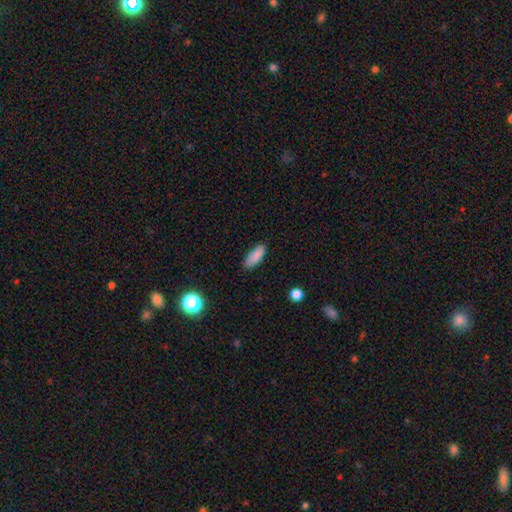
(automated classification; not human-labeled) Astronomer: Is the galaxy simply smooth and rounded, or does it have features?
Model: smooth — 86%.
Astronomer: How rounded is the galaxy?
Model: in between — 73%.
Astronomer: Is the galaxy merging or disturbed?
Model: none — 80%.